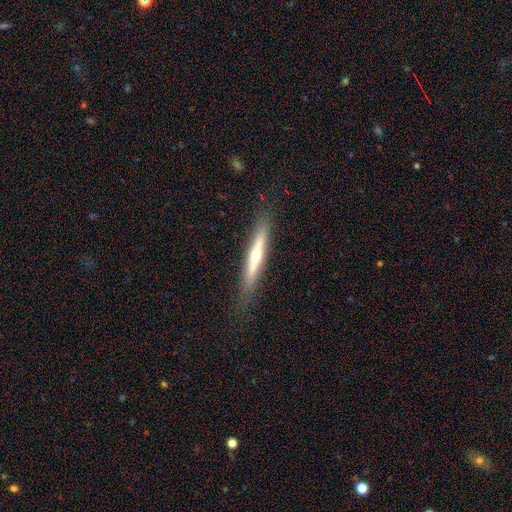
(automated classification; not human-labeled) smooth-or-featured: featured or disk: 59% | smooth: 35% | star or artifact: 6%
  disk-edge-on: yes: 93% | no: 7%
    edge-on-bulge: rounded: 81% | none: 16% | boxy: 3%
  merging: none: 84% | minor disturbance: 12% | major disturbance: 3% | merger: 1%